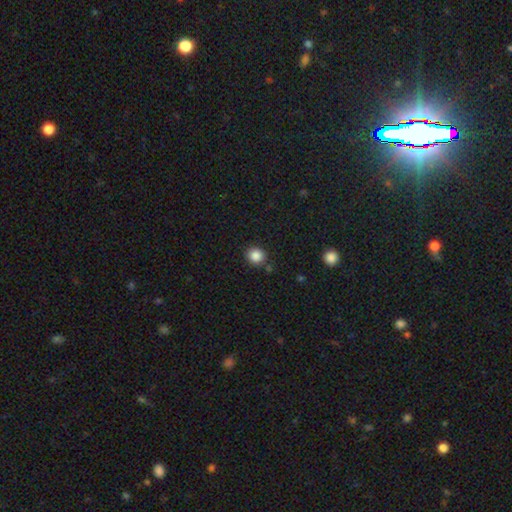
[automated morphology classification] Q: Smooth or featured?
A: smooth (86%); runner-up: star or artifact (10%)
Q: How rounded?
A: round (85%); runner-up: in between (14%)
Q: Merging?
A: none (85%); runner-up: minor disturbance (8%)